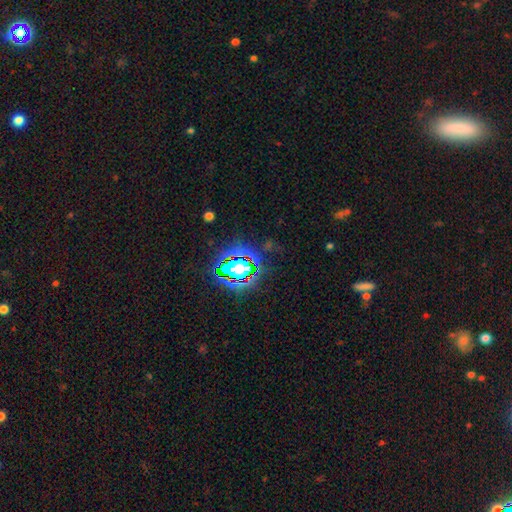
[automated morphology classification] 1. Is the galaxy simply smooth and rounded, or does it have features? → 79% star or artifact, 12% smooth, 9% featured or disk.